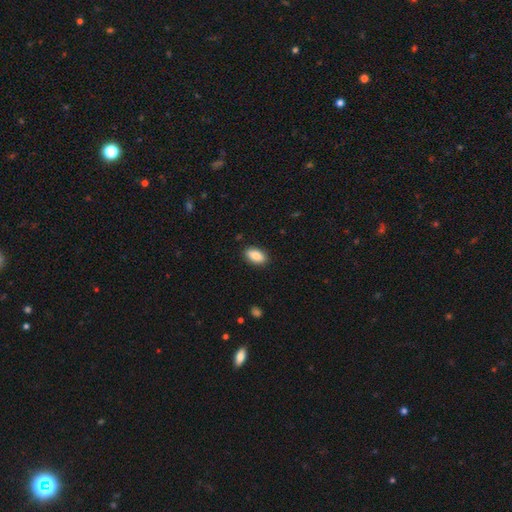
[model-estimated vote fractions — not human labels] Morphology: type=smooth (86%); roundness=in between (92%); merging=none (88%).